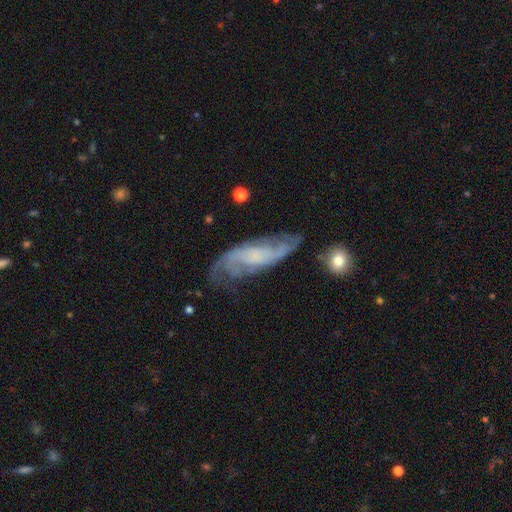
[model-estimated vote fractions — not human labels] Smooth or featured? featured or disk (75%)
Edge-on disk? no (87%)
Bar? no (58%)
Spiral arms? yes (93%)
Spiral winding? medium (43%)
Spiral arm count? 2 (56%)
Bulge size? small (38%)
Merging? none (59%)